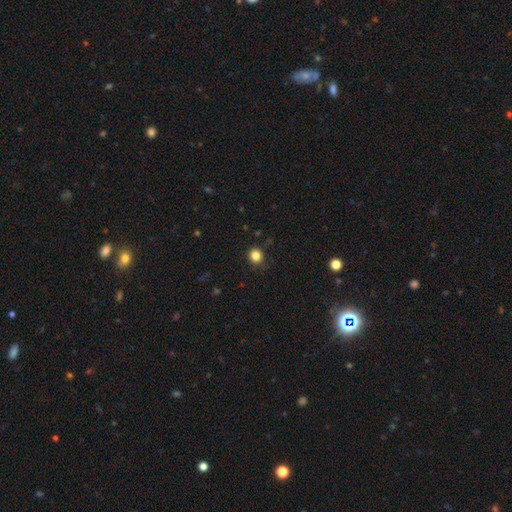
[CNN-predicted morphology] This appears to be a smooth galaxy with no disk features (84%) that is round (86%). Merging: none (86%).